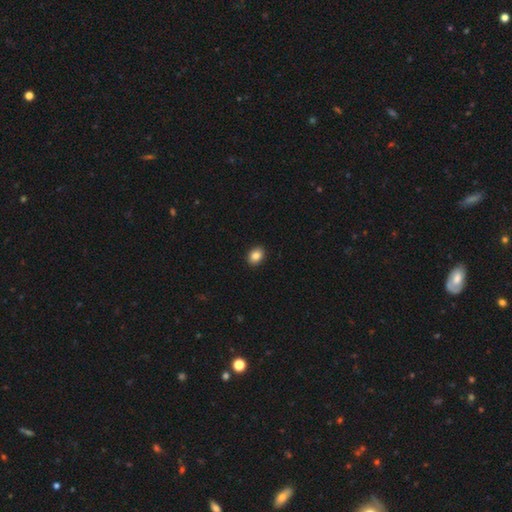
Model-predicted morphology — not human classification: This is clearly a smooth galaxy (86%). How rounded: likely in between (64%). Merging: clearly none (92%).